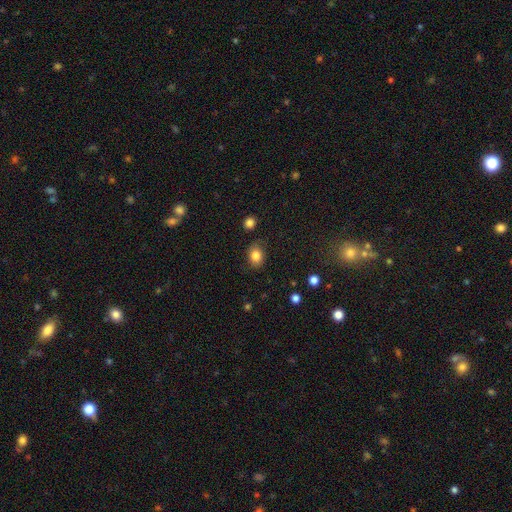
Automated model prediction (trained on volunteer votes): Overall: smooth (83%). How rounded: in between (59%; round 40%). Merging: none (79%).